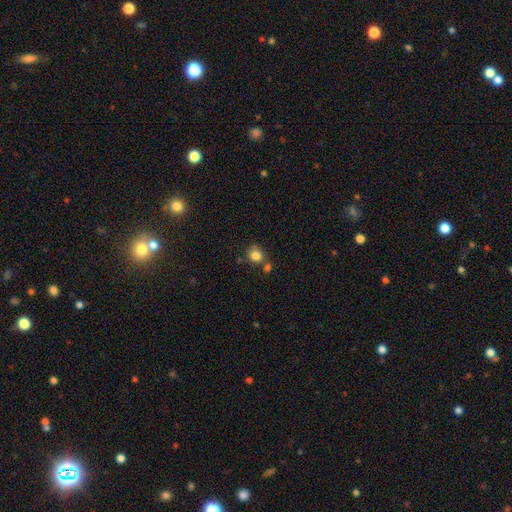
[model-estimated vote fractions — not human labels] A smooth galaxy with no disk features (83%) that is round (75%). Merging: none (64%).